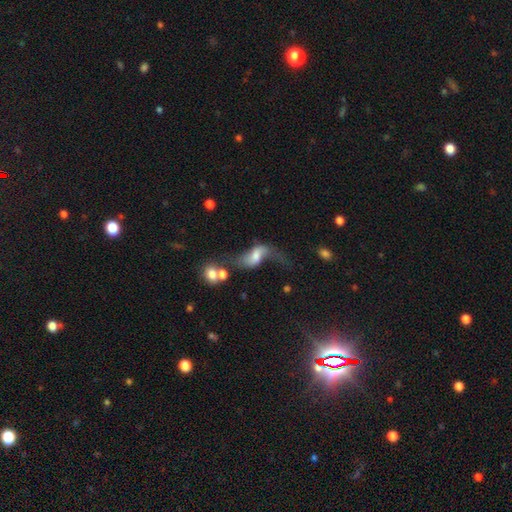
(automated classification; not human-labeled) Morphology: type=featured or disk (62%); edge-on=no (92%); bar=no (42%); spiral arms=yes (84%); bulge=moderate (43%); merging=none (32%).